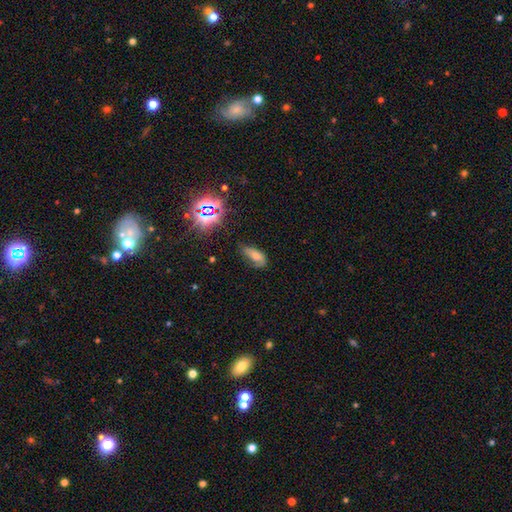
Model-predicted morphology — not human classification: The model was most divided on "merging": none: 45%, minor disturbance: 36%, major disturbance: 16%, merger: 3%. More confident: how rounded — in between (81%); smooth or featured — smooth (63%).